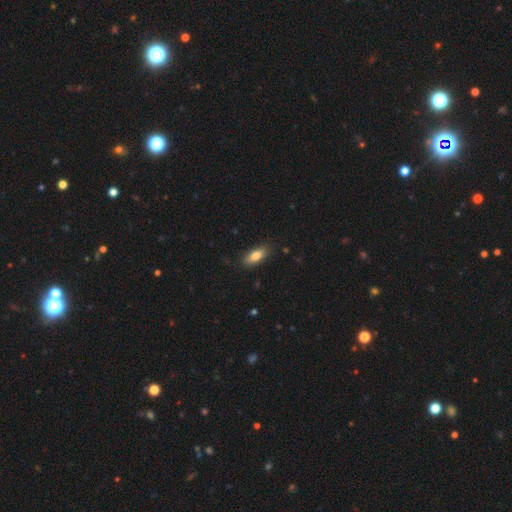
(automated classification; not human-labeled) Smooth or featured: smooth — 80% (featured or disk — 13%)
How rounded: in between — 79% (cigar-shaped — 18%)
Merging: none — 85% (minor disturbance — 12%)